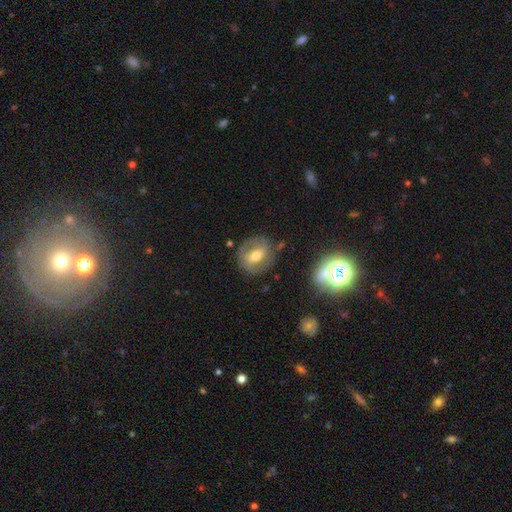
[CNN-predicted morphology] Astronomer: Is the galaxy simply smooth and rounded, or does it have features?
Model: featured or disk — 63%.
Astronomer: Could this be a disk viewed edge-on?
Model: no — 94%.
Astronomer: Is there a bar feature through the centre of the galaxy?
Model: weak — 43% (runner-up: strong, 34%).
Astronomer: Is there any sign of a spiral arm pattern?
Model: yes — 69%.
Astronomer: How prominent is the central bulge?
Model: moderate — 71%.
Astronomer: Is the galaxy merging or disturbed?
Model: none — 75%.